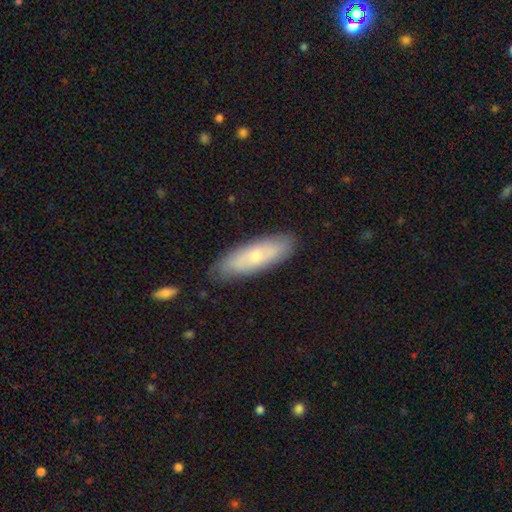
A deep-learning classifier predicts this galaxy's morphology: Smooth or featured? Predicted: smooth (p=0.60). How rounded? Predicted: in between (p=0.52). Merging? Predicted: none (p=0.80).